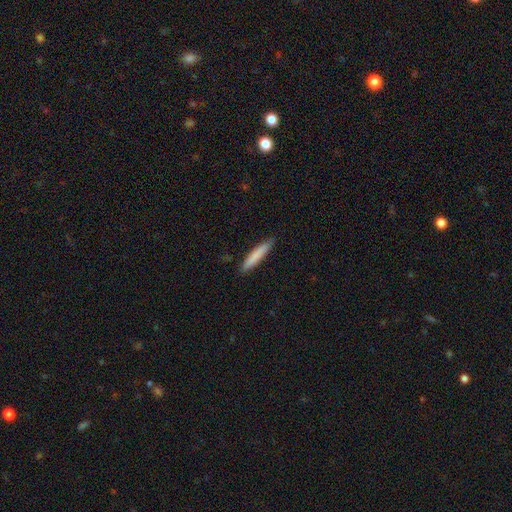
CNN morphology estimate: This is likely a smooth galaxy (80%). How rounded: clearly cigar-shaped (92%). Merging: clearly none (89%).